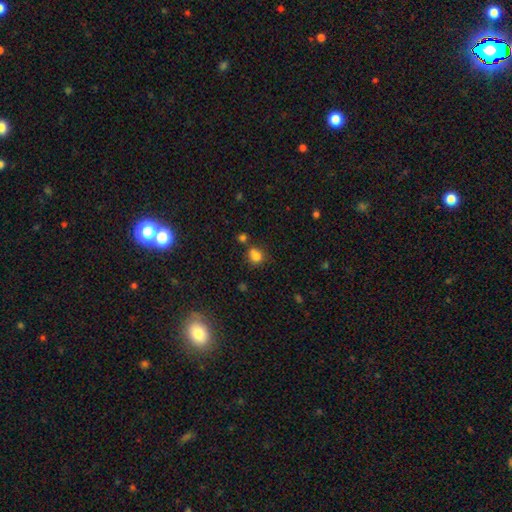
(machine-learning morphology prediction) smooth-or-featured: smooth: 78% | star or artifact: 14% | featured or disk: 7%
  how-rounded: round: 61% | in between: 37% | cigar-shaped: 1%
  merging: none: 55% | merger: 21% | minor disturbance: 18% | major disturbance: 6%